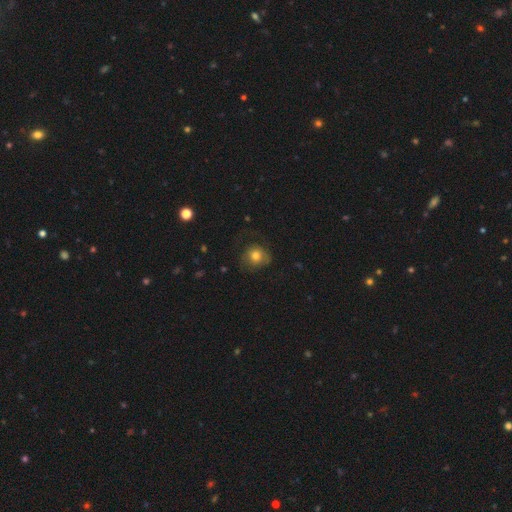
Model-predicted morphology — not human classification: smooth-or-featured: smooth: 72% | featured or disk: 16% | star or artifact: 11%
  how-rounded: round: 83% | in between: 16% | cigar-shaped: 1%
  merging: none: 63% | minor disturbance: 22% | major disturbance: 13% | merger: 1%